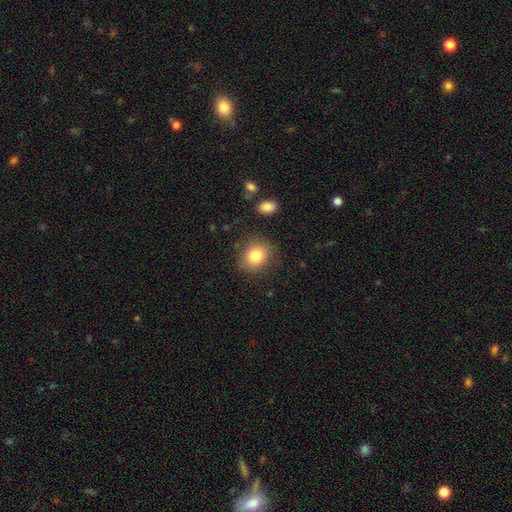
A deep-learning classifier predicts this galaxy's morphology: Overall: smooth (81%). How rounded: round (68%; in between 31%). Merging: none (84%).